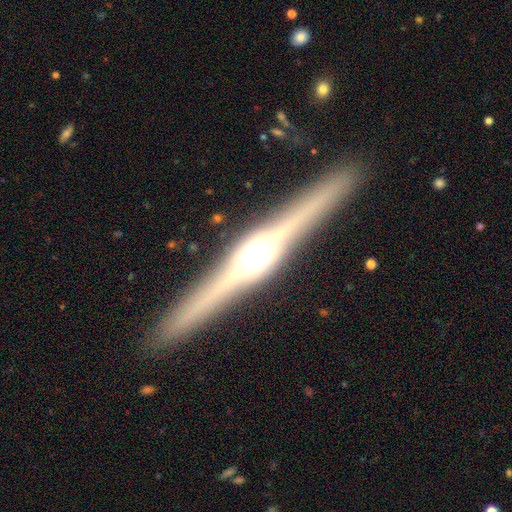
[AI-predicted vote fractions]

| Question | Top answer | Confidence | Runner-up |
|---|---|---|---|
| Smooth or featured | featured or disk | 84% | smooth (10%) |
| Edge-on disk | yes | 98% | no (2%) |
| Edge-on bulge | rounded | 84% | boxy (14%) |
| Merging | none | 91% | minor disturbance (7%) |